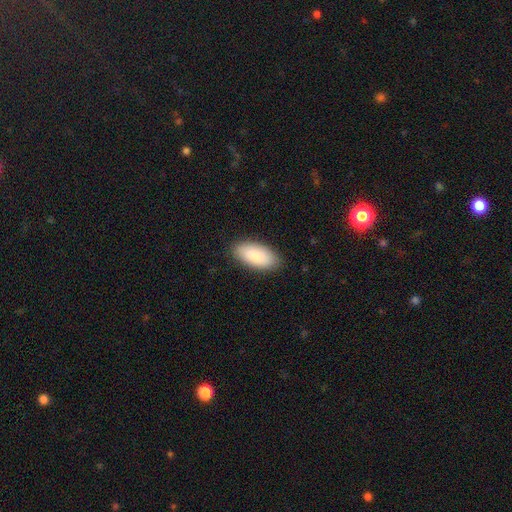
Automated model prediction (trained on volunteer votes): smooth 88%, featured or disk 7%, star or artifact 5%. Down the decision tree: how rounded — in between (90%); merging — none (87%).